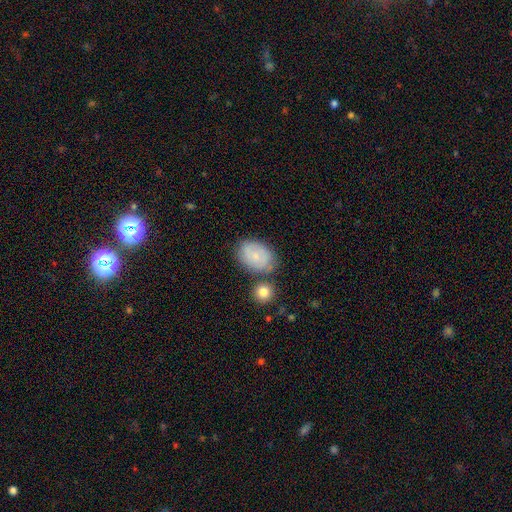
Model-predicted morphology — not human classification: Smooth or featured? Predicted: smooth (p=0.59). How rounded? Predicted: in between (p=0.71). Merging? Predicted: none (p=0.65).